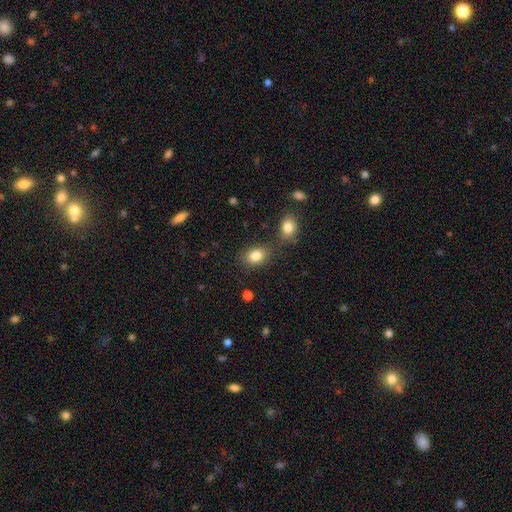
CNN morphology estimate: A smooth galaxy with no disk features (84%) that is in between round and cigar-shaped (75%).

Vote fractions:
- Smooth or featured? smooth: 84% / star or artifact: 9% / featured or disk: 7%
- How rounded? in between: 75% / round: 23% / cigar-shaped: 1%
- Merging? none: 69% / minor disturbance: 14% / merger: 13% / major disturbance: 4%